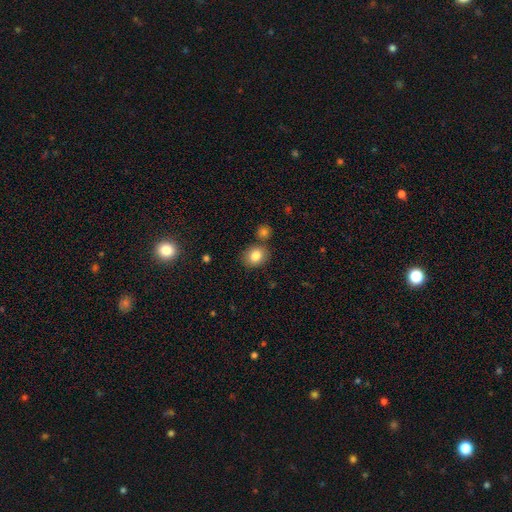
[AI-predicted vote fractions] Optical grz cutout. It shows a smooth galaxy with no disk features (83%) that is round (58%). Merging: none (76%).